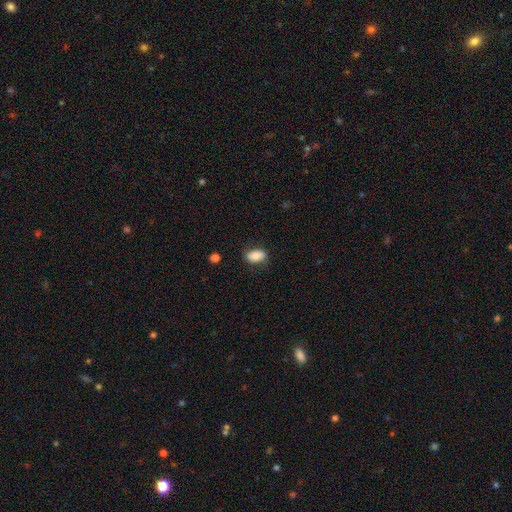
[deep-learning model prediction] smooth_or_featured: smooth (p=0.80) [alt: featured or disk p=0.12]
how_rounded: in between (p=0.89) [alt: round p=0.09]
merging: none (p=0.76) [alt: minor disturbance p=0.18]